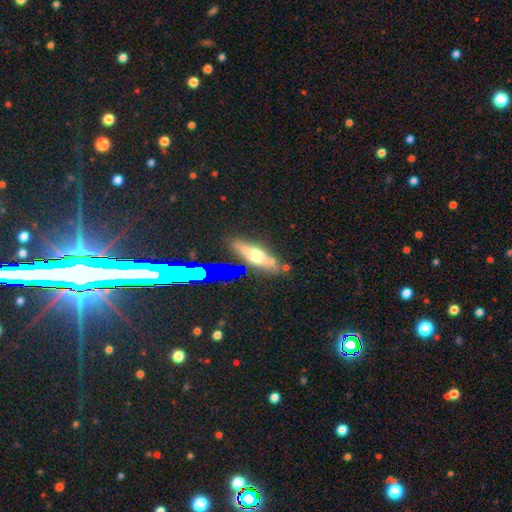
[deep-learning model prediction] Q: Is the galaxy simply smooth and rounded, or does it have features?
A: featured or disk — 45%.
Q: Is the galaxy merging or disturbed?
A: none — 79%.